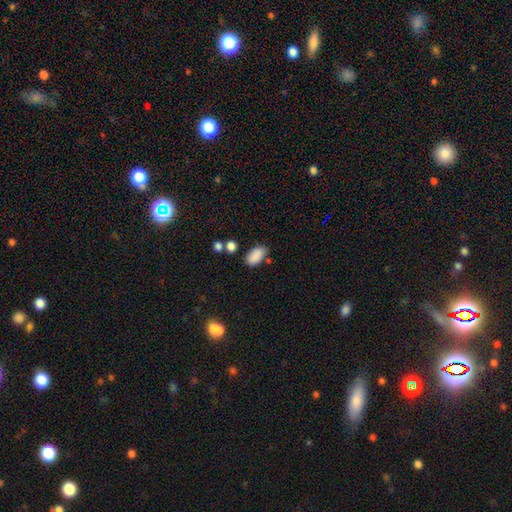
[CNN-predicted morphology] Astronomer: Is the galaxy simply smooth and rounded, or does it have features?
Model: smooth — 87%.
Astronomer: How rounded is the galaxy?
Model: in between — 93%.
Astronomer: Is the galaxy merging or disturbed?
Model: none — 72%.